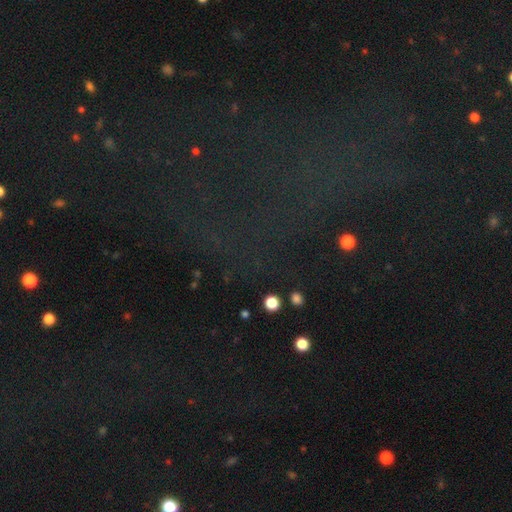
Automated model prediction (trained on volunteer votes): Smooth or featured? Predicted: star or artifact (p=0.73).